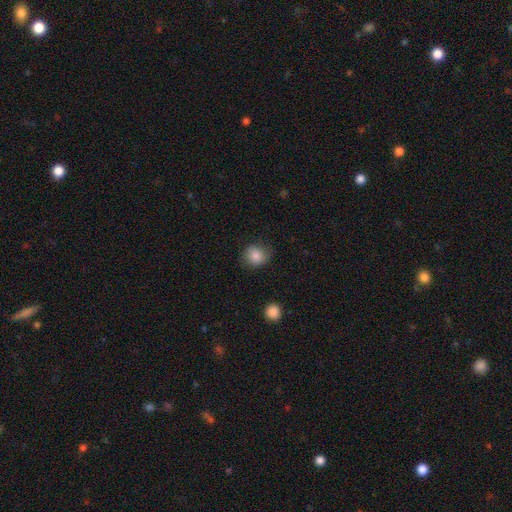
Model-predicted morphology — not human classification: A smooth galaxy with no disk features (84%) that is round (76%).

Vote fractions:
- Smooth or featured? smooth: 84% / star or artifact: 9% / featured or disk: 7%
- How rounded? round: 76% / in between: 23% / cigar-shaped: 1%
- Merging? none: 75% / minor disturbance: 19% / major disturbance: 5% / merger: 1%